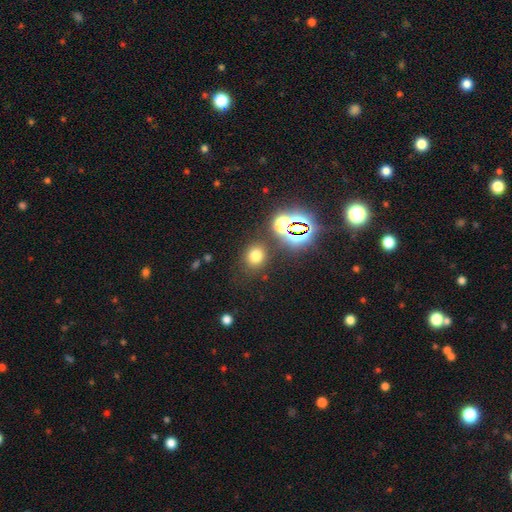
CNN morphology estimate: smooth-or-featured: smooth: 70% | star or artifact: 23% | featured or disk: 7%
  how-rounded: round: 73% | in between: 26% | cigar-shaped: 1%
  merging: none: 82% | minor disturbance: 9% | merger: 5% | major disturbance: 4%